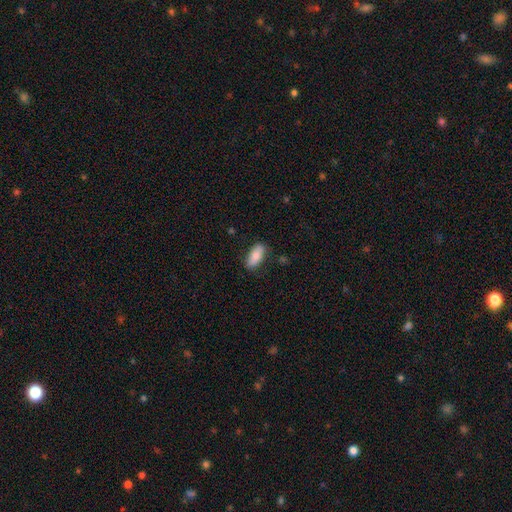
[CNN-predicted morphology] Smooth or featured? smooth (82%)
How rounded? in between (82%)
Merging? none (82%)